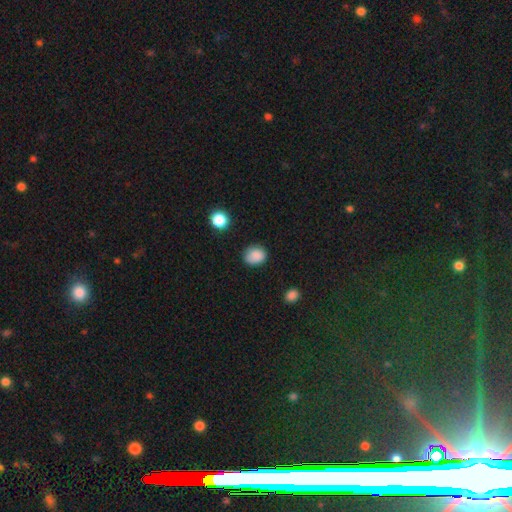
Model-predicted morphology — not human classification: A smooth galaxy with no disk features (87%) that is round (59%).

Vote fractions:
- Smooth or featured? smooth: 87% / star or artifact: 10% / featured or disk: 4%
- How rounded? round: 59% / in between: 40% / cigar-shaped: 1%
- Merging? none: 79% / minor disturbance: 16% / major disturbance: 4% / merger: 2%